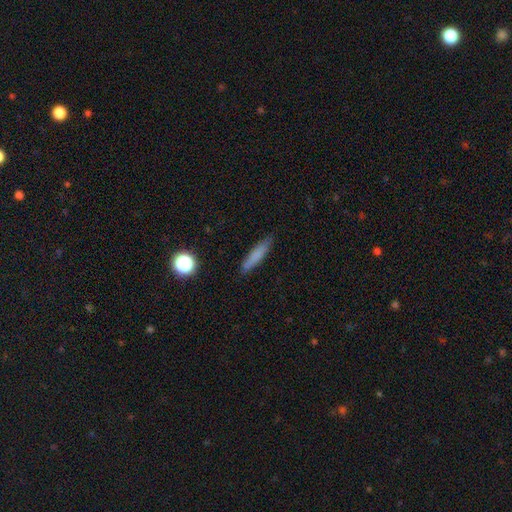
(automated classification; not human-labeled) Q: Smooth or featured?
A: smooth (75%); runner-up: featured or disk (16%)
Q: How rounded?
A: cigar-shaped (87%); runner-up: in between (10%)
Q: Merging?
A: none (86%); runner-up: minor disturbance (10%)